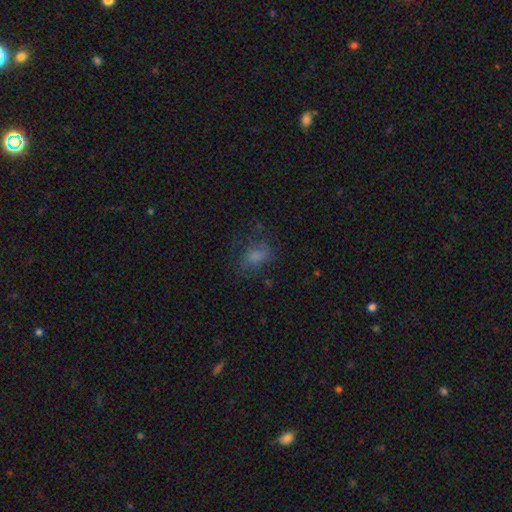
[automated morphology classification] Smooth or featured? smooth (64%)
How rounded? in between (77%)
Merging? none (52%)